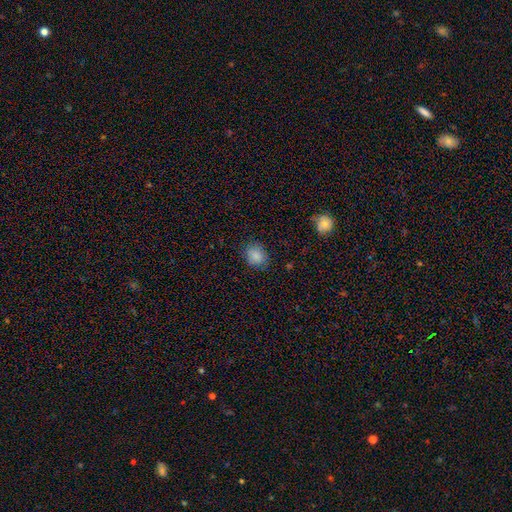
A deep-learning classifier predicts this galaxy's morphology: Smooth or featured? smooth (86%)
How rounded? in between (52%)
Merging? none (81%)